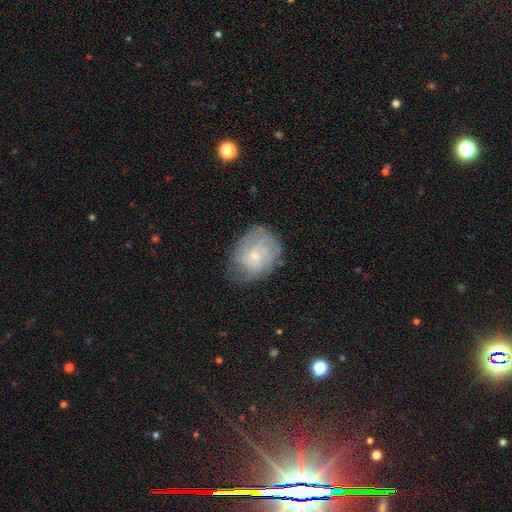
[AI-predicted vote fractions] Overall: featured or disk (46%; smooth 45%). Merging: none (64%; minor disturbance 25%).